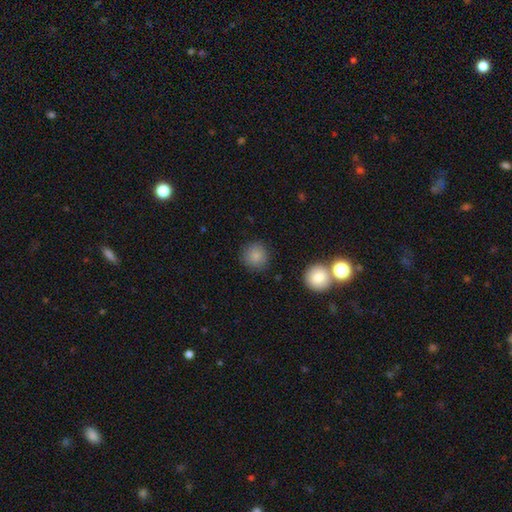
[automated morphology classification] smooth-or-featured: smooth: 84% | star or artifact: 10% | featured or disk: 6%
  how-rounded: round: 93% | in between: 6% | cigar-shaped: 1%
  merging: none: 87% | minor disturbance: 8% | major disturbance: 3% | merger: 2%